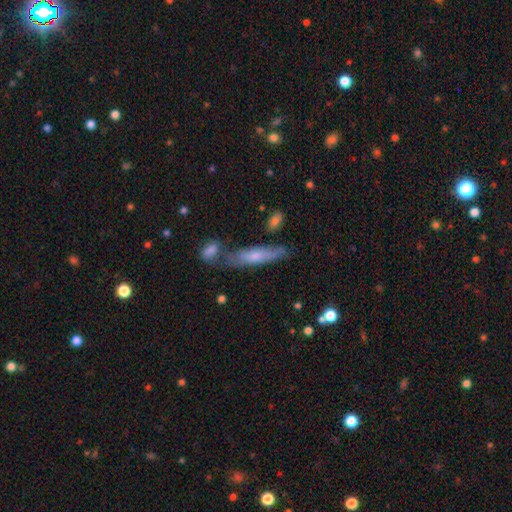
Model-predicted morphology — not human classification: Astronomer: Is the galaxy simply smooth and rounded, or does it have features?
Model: smooth — 53% (runner-up: featured or disk, 39%).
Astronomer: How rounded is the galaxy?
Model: cigar-shaped — 73%.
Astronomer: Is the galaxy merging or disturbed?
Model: none — 61%.